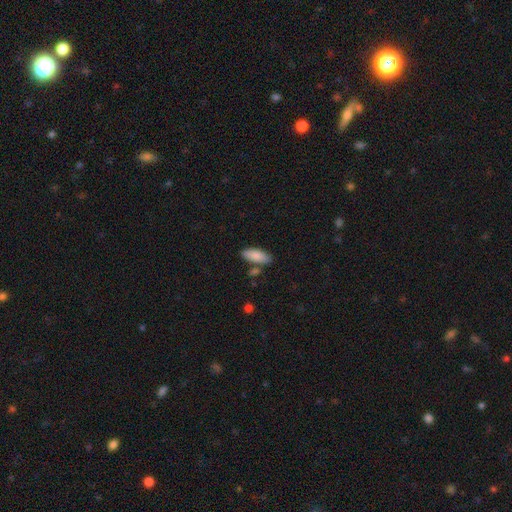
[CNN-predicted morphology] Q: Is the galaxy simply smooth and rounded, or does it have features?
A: smooth — 86%.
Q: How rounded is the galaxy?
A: in between — 79%.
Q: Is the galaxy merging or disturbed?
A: none — 76%.